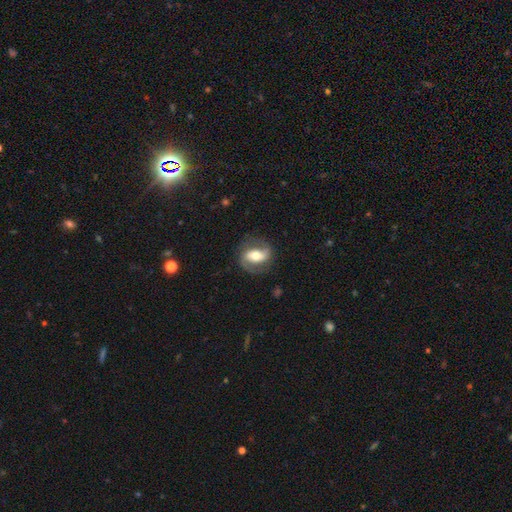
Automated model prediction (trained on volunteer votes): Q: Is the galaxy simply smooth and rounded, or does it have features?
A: featured or disk — 68%.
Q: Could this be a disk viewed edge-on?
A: no — 94%.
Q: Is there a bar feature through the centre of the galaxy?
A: strong — 43%.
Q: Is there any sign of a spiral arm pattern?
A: yes — 84%.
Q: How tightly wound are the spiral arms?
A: medium — 46%.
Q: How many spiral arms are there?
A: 2 — 87%.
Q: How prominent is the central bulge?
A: moderate — 64%.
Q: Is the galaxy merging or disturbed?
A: none — 77%.